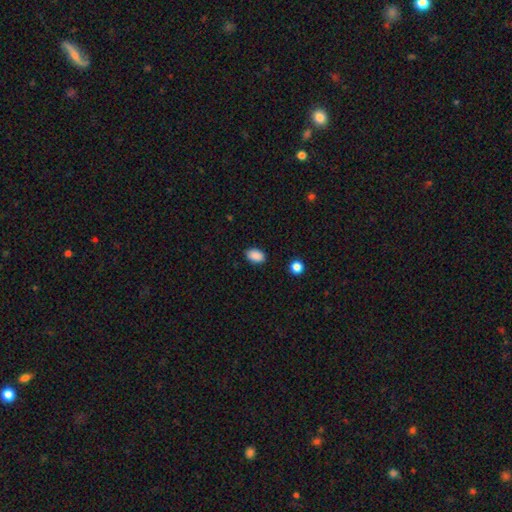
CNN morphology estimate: smooth_or_featured: smooth (p=0.89) [alt: star or artifact p=0.09]
how_rounded: in between (p=0.87) [alt: round p=0.12]
merging: none (p=0.86) [alt: minor disturbance p=0.10]